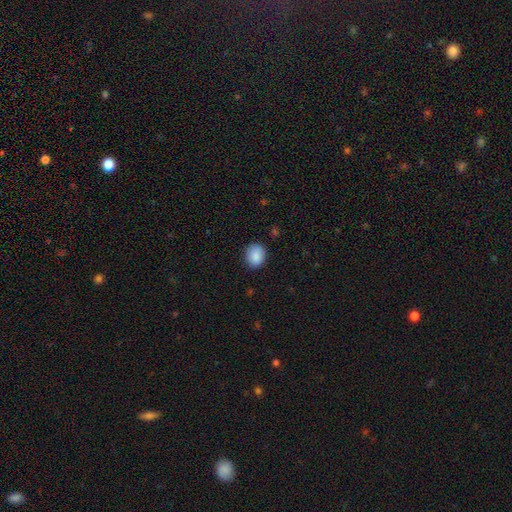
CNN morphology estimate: Q: Smooth or featured?
A: smooth (88%); runner-up: star or artifact (8%)
Q: How rounded?
A: round (59%); runner-up: in between (40%)
Q: Merging?
A: none (85%); runner-up: minor disturbance (11%)